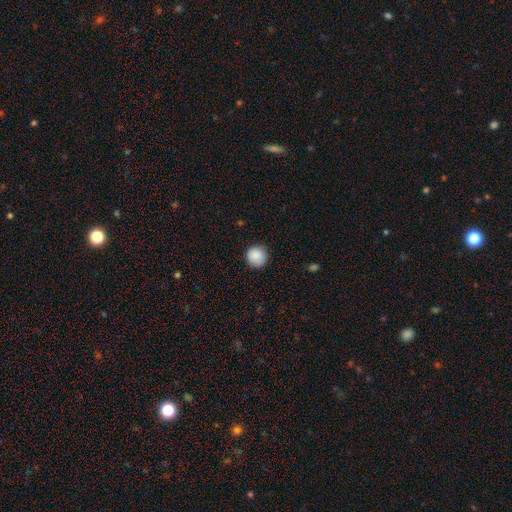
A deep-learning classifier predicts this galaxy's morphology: Smooth or featured? smooth (88%)
How rounded? round (95%)
Merging? none (88%)